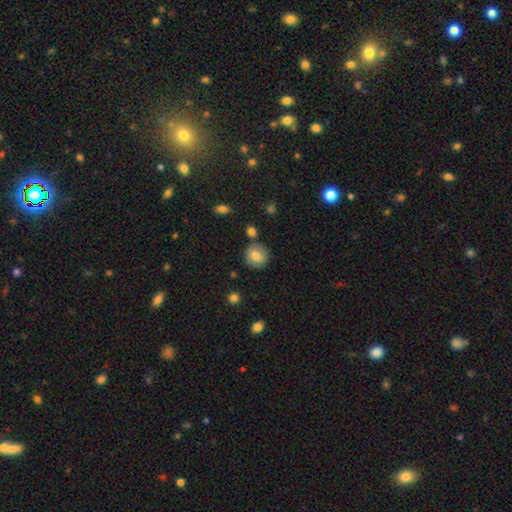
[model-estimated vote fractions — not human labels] smooth-or-featured: smooth: 79% | featured or disk: 12% | star or artifact: 8%
  how-rounded: round: 87% | in between: 12% | cigar-shaped: 1%
  merging: none: 83% | minor disturbance: 10% | merger: 5% | major disturbance: 3%